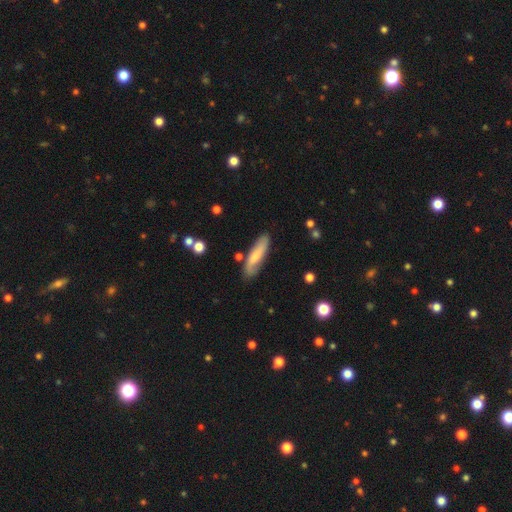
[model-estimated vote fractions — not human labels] smooth-or-featured: smooth: 59% | featured or disk: 36% | star or artifact: 6%
  how-rounded: cigar-shaped: 65% | in between: 33% | round: 2%
  merging: none: 79% | minor disturbance: 15% | major disturbance: 3% | merger: 3%